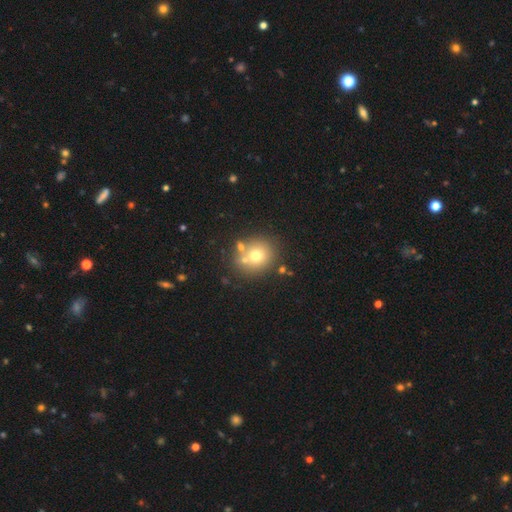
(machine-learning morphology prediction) Smooth or featured?
  - smooth: 68% *
  - featured or disk: 18%
  - star or artifact: 15%
How rounded?
  - round: 81% *
  - in between: 18%
  - cigar-shaped: 1%
Merging?
  - none: 69% *
  - merger: 16%
  - minor disturbance: 11%
  - major disturbance: 4%